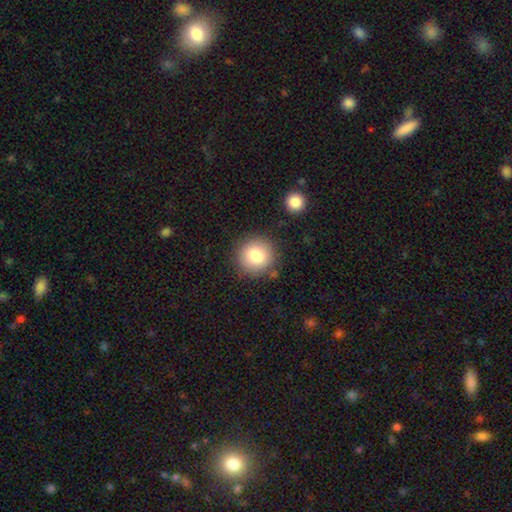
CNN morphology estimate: Overall: smooth (82%). How rounded: round (93%). Merging: none (85%).